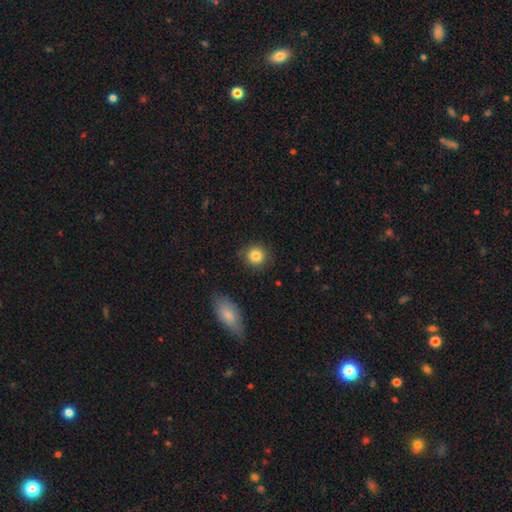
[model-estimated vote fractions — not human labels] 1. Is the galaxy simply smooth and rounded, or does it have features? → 85% smooth, 10% star or artifact, 6% featured or disk.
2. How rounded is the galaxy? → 89% round, 10% in between, 1% cigar-shaped.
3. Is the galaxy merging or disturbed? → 87% none, 9% minor disturbance, 3% major disturbance, 2% merger.